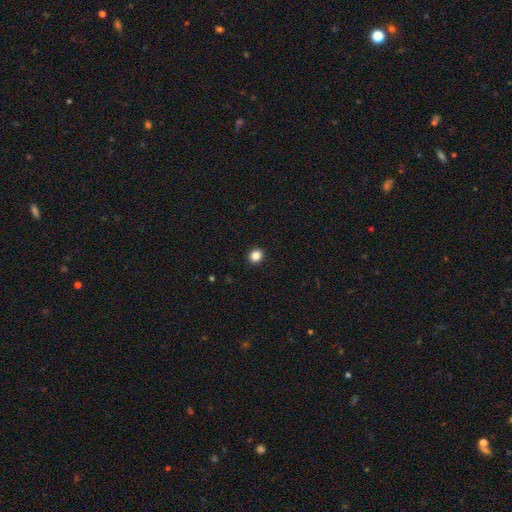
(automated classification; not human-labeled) Smooth or featured?
  - smooth: 86% *
  - star or artifact: 11%
  - featured or disk: 3%
How rounded?
  - round: 87% *
  - in between: 12%
  - cigar-shaped: 1%
Merging?
  - none: 93% *
  - minor disturbance: 4%
  - major disturbance: 2%
  - merger: 1%